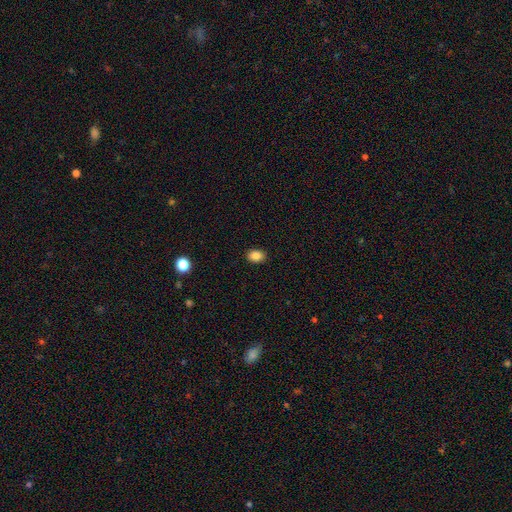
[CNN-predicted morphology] This is clearly a smooth galaxy (86%). How rounded: likely in between (69%). Merging: clearly none (90%).